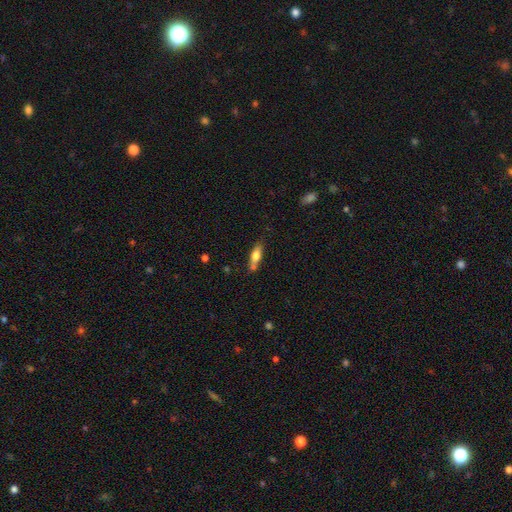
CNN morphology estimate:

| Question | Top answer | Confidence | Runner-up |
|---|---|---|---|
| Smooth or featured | smooth | 64% | featured or disk (29%) |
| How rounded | cigar-shaped | 50% | in between (47%) |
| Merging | none | 59% | minor disturbance (19%) |